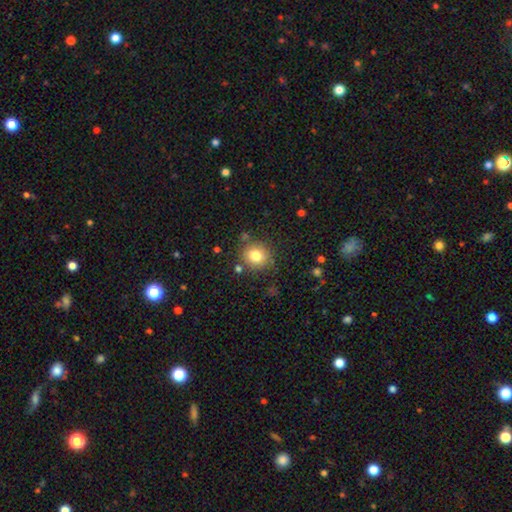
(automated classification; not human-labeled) This is likely a smooth galaxy (80%). How rounded: clearly round (85%). Merging: clearly none (83%).